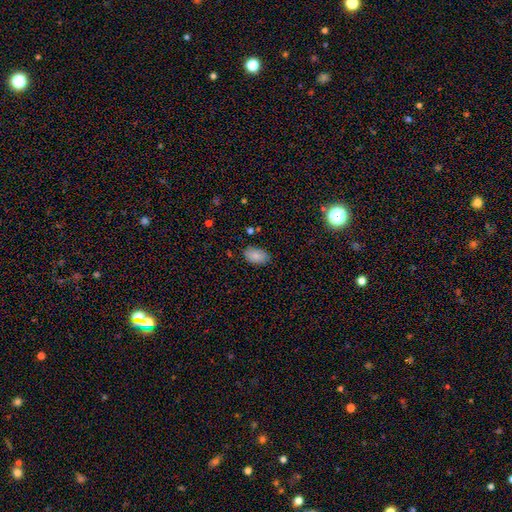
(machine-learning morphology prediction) smooth 84%, star or artifact 8%, featured or disk 7%. Down the decision tree: how rounded — in between (92%); merging — none (81%).